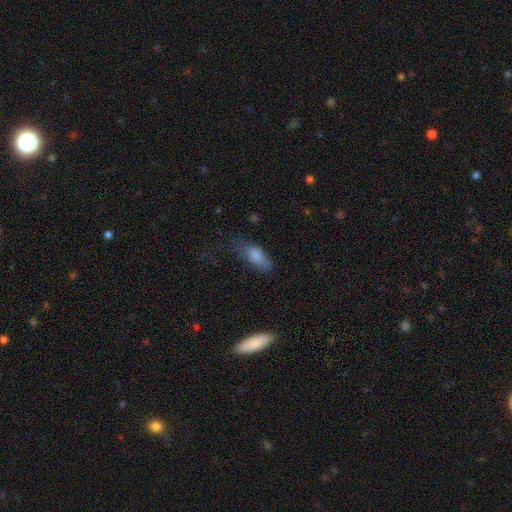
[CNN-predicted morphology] type=smooth (81%); roundness=in between (81%); merging=none (49%).